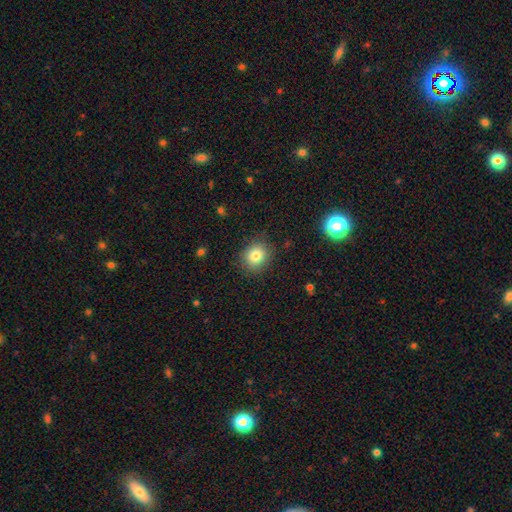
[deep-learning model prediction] smooth 81%, star or artifact 11%, featured or disk 8%. Down the decision tree: how rounded — round (72%); merging — none (85%).